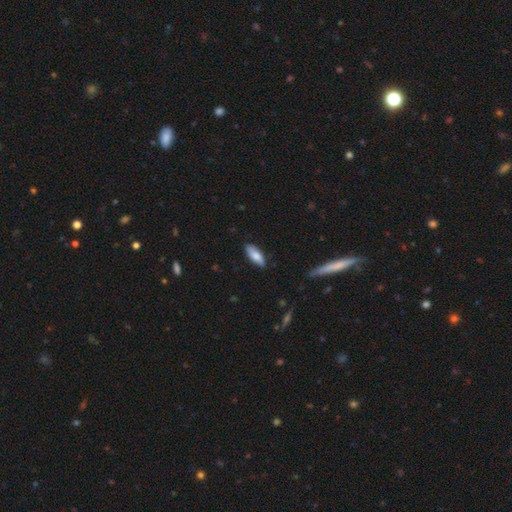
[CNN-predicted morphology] Smooth or featured? smooth (82%)
How rounded? in between (73%)
Merging? none (85%)